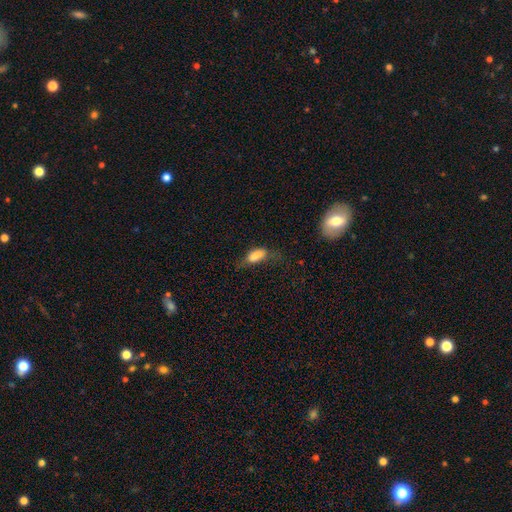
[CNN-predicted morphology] Q: Smooth or featured?
A: smooth (76%); runner-up: featured or disk (14%)
Q: How rounded?
A: in between (82%); runner-up: cigar-shaped (14%)
Q: Merging?
A: major disturbance (37%); runner-up: minor disturbance (31%)